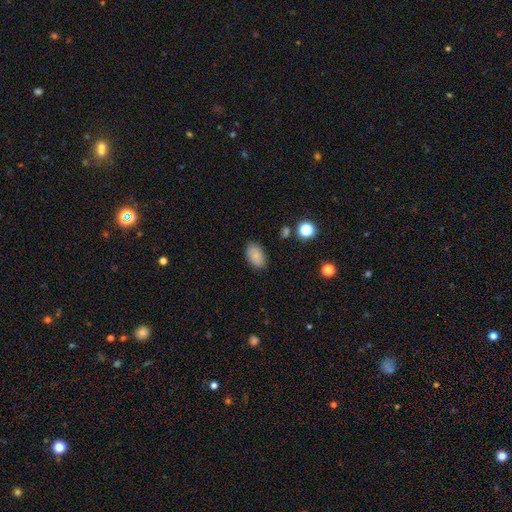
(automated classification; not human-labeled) A smooth galaxy with no disk features (83%) that is in between round and cigar-shaped (90%).

Vote fractions:
- Smooth or featured? smooth: 83% / star or artifact: 9% / featured or disk: 8%
- How rounded? in between: 90% / round: 9% / cigar-shaped: 1%
- Merging? none: 84% / minor disturbance: 12% / major disturbance: 3% / merger: 1%